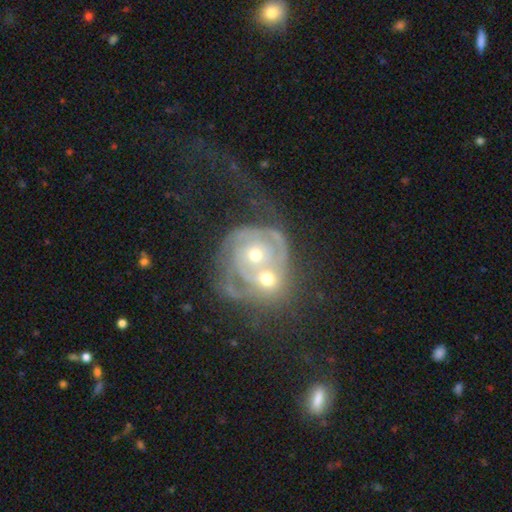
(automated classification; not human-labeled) Smooth or featured: featured or disk — 74% (smooth — 17%)
Edge-on disk: no — 97% (yes — 3%)
Bar: no — 84% (weak — 13%)
Spiral arms: yes — 75% (no — 25%)
Spiral winding: tight — 54% (medium — 29%)
Spiral arm count: 2 — 40% (can't tell — 35%)
Bulge size: moderate — 59% (small — 34%)
Merging: merger — 68% (none — 14%)